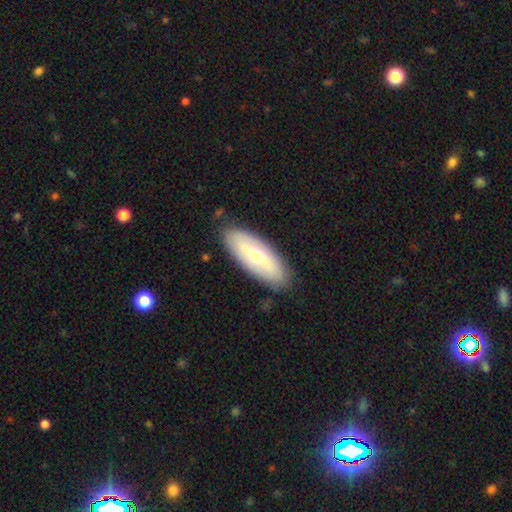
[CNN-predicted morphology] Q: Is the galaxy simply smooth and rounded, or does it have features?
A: smooth — 51%.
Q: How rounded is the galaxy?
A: in between — 77%.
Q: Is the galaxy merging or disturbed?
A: none — 85%.